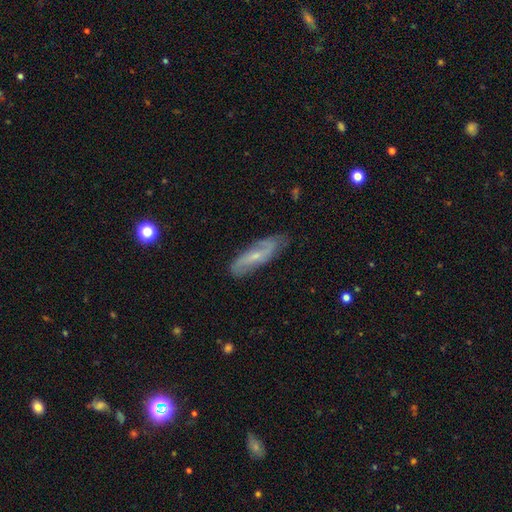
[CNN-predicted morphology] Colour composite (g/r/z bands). It shows a featured or disk galaxy (68%) with no bar (44%), spiral arms (87%) and a small central bulge (71%). Merging: none (78%).